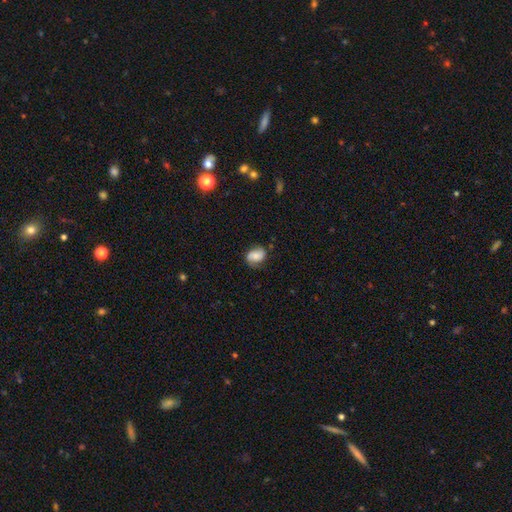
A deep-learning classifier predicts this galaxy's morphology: Overall: smooth (64%; featured or disk 27%). How rounded: in between (65%; round 33%). Merging: none (69%).